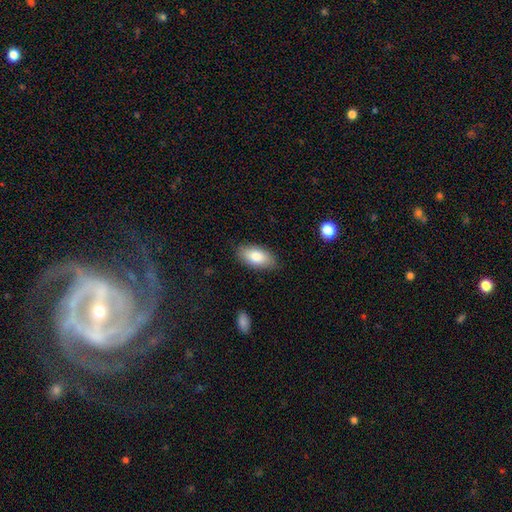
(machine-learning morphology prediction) smooth_or_featured: smooth (p=0.82) [alt: featured or disk p=0.12]
how_rounded: in between (p=0.94) [alt: round p=0.03]
merging: none (p=0.84) [alt: minor disturbance p=0.12]